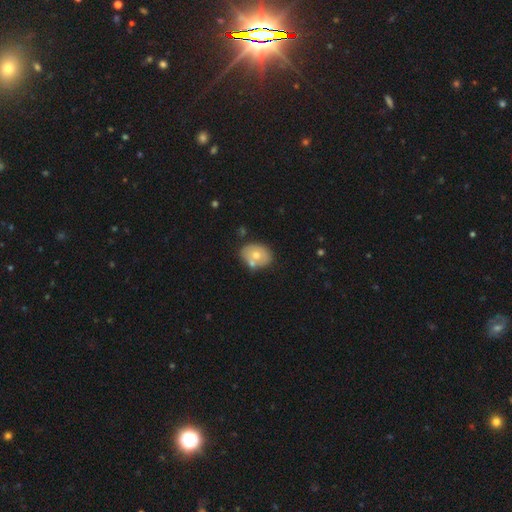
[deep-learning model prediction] Smooth or featured: smooth — 64% (featured or disk — 28%)
How rounded: in between — 64% (round — 35%)
Merging: none — 62% (merger — 18%)